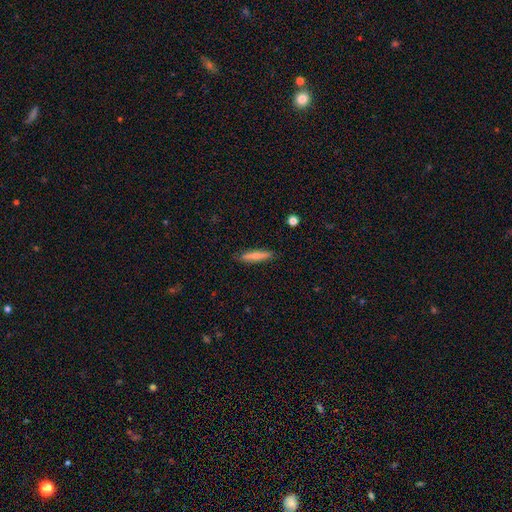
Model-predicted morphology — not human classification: Smooth or featured? smooth (61%)
How rounded? cigar-shaped (87%)
Merging? none (88%)